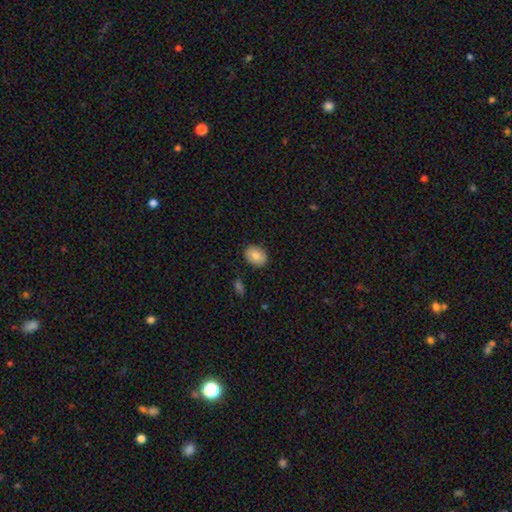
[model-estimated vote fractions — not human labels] Smooth or featured? smooth (81%)
How rounded? in between (70%)
Merging? none (86%)